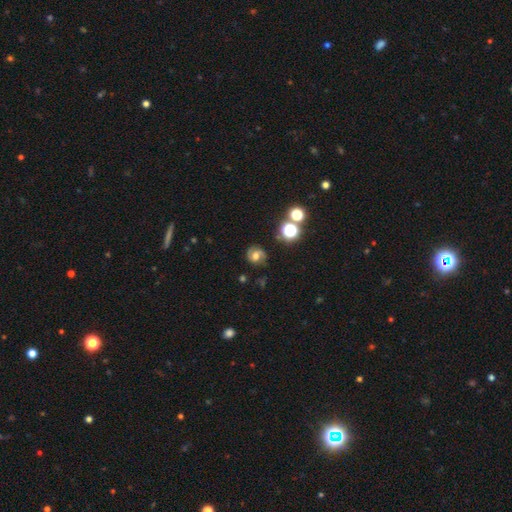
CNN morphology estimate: Overall: featured or disk (45%; smooth 39%). Merging: none (77%).